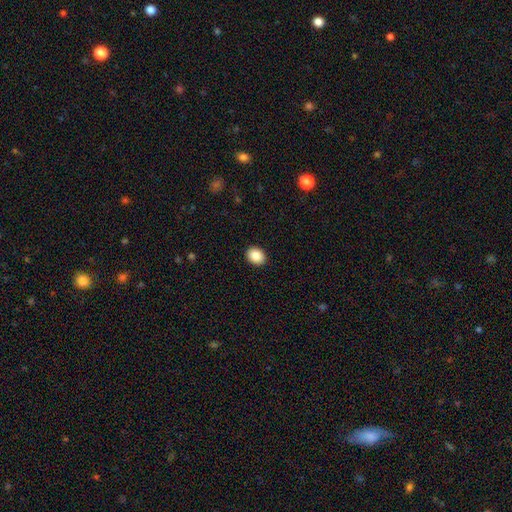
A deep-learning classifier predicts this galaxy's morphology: Smooth or featured? Predicted: smooth (p=0.87). How rounded? Predicted: in between (p=0.54). Merging? Predicted: none (p=0.92).